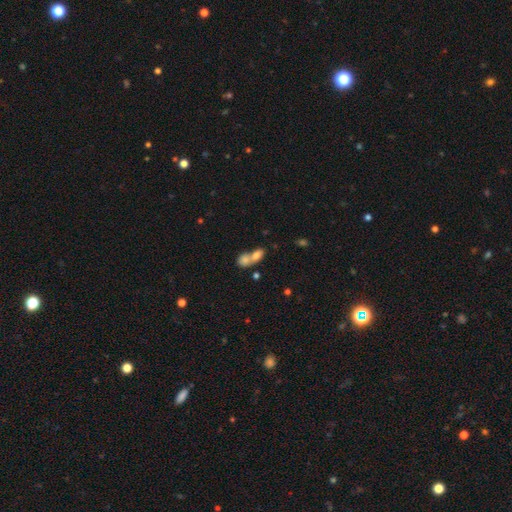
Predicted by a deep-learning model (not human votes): Smooth or featured? smooth (78%)
How rounded? in between (77%)
Merging? merger (72%)